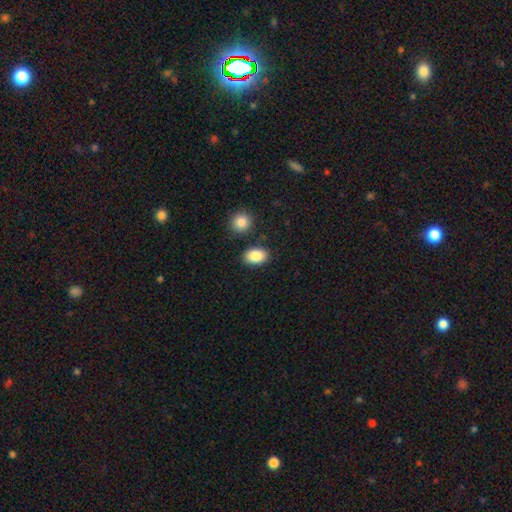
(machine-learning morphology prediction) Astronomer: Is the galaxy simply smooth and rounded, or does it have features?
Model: smooth — 86%.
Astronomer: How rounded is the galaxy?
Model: in between — 82%.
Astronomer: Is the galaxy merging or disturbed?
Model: none — 81%.